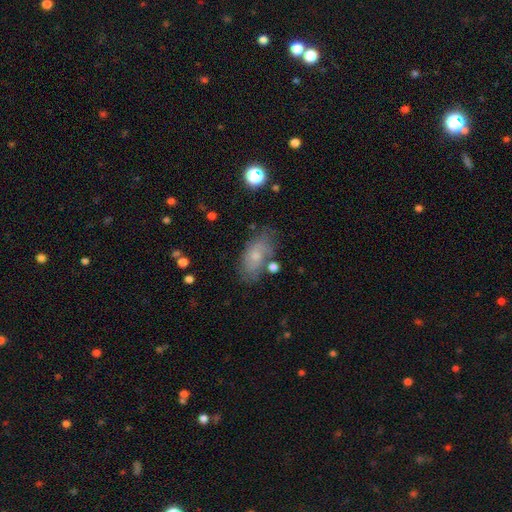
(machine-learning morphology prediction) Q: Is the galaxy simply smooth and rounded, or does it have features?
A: smooth — 55%.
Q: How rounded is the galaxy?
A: in between — 88%.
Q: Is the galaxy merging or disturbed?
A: none — 64%.